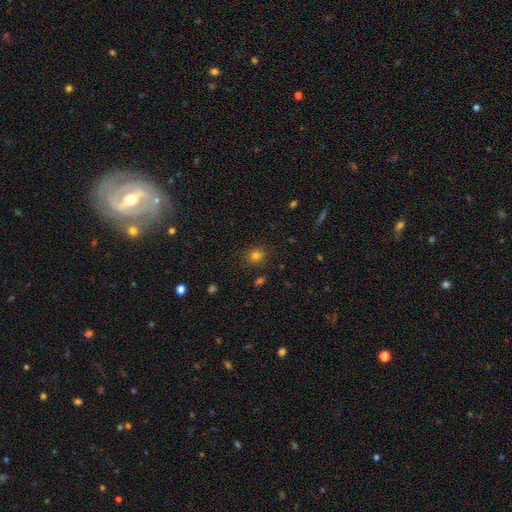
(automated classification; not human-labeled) Smooth or featured? smooth (77%)
How rounded? round (68%)
Merging? none (83%)